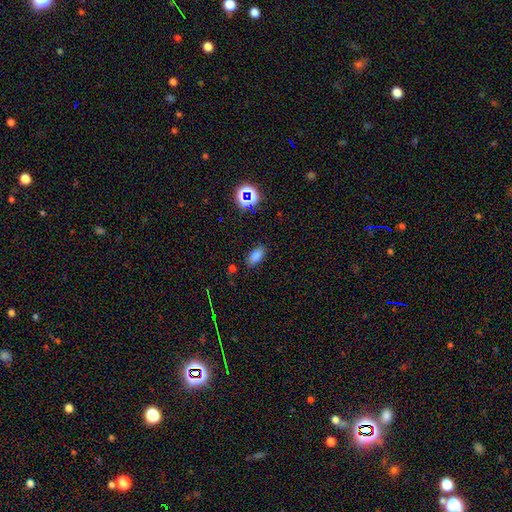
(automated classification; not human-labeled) Smooth or featured? smooth (77%)
How rounded? in between (86%)
Merging? none (85%)